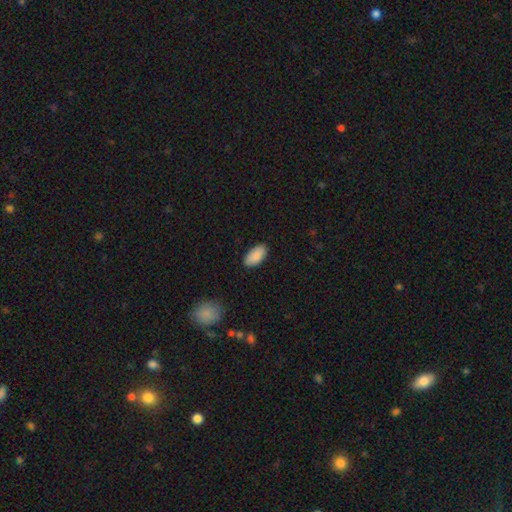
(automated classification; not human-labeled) A smooth galaxy with no disk features (90%) that is in between round and cigar-shaped (95%).

Vote fractions:
- Smooth or featured? smooth: 90% / star or artifact: 6% / featured or disk: 4%
- How rounded? in between: 95% / cigar-shaped: 3% / round: 2%
- Merging? none: 87% / minor disturbance: 10% / major disturbance: 2% / merger: 1%